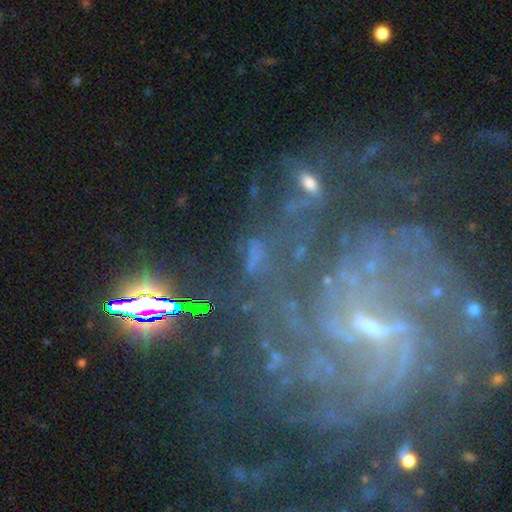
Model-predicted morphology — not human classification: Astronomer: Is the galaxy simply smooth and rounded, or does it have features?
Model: star or artifact — 45% (runner-up: featured or disk, 33%).